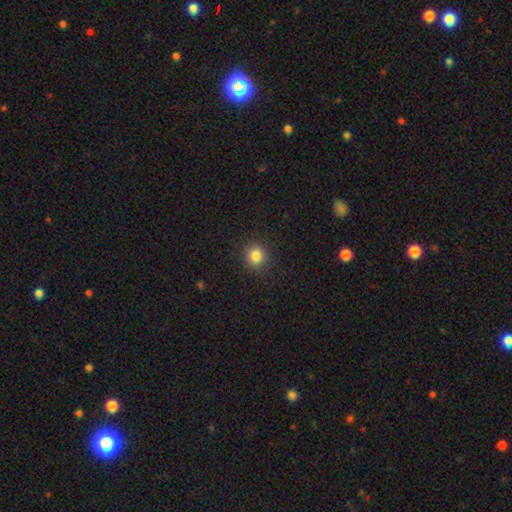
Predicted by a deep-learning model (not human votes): Smooth or featured? smooth (84%)
How rounded? round (93%)
Merging? none (90%)